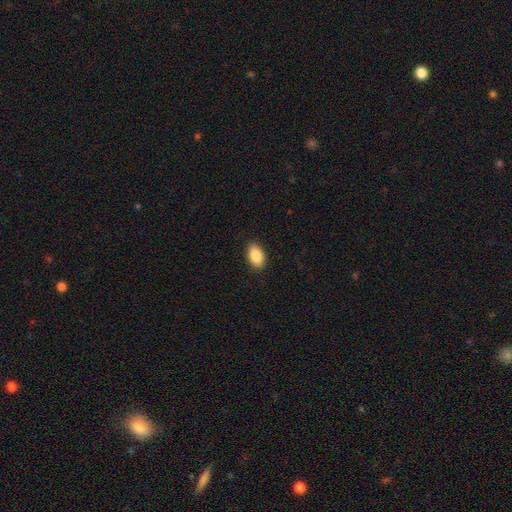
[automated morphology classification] Smooth or featured? smooth (89%)
How rounded? in between (92%)
Merging? none (89%)